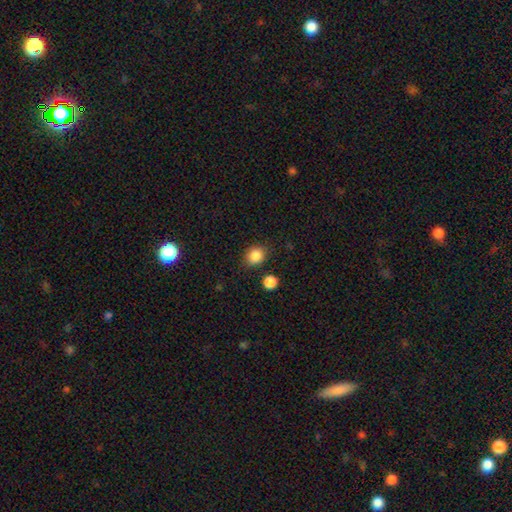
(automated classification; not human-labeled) Morphology: type=smooth (86%); roundness=round (71%); merging=none (81%).